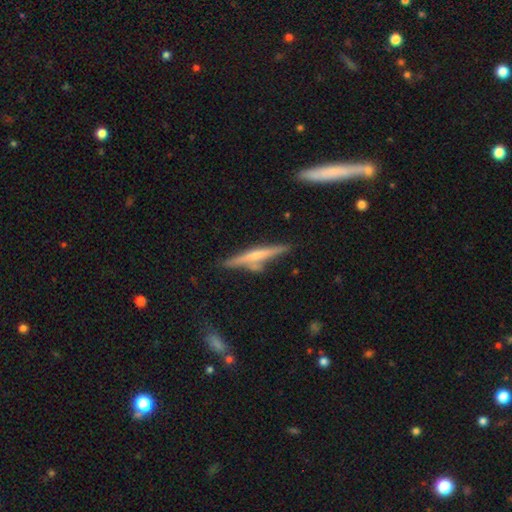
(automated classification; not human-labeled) A featured or disk galaxy (56%) viewed edge-on (96%) with a rounded central bulge (46%). Merging: none (70%).